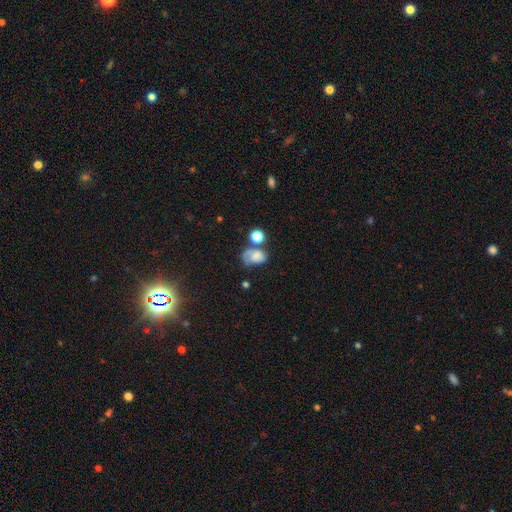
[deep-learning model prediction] Overall: smooth (60%; featured or disk 27%). How rounded: in between (71%). Merging: none (31%; merger 25%).